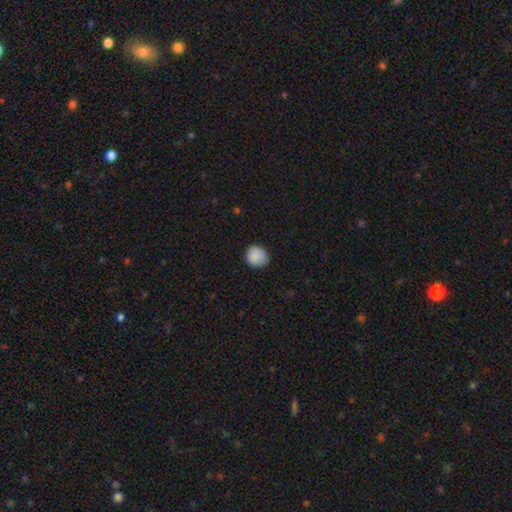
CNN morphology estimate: This is clearly a smooth galaxy (86%). How rounded: clearly round (86%). Merging: likely none (78%).